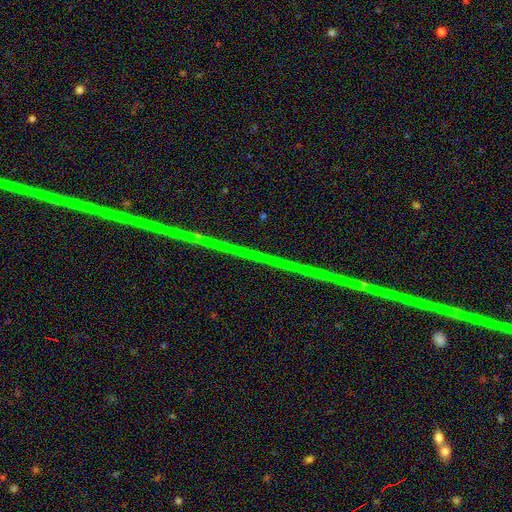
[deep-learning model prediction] Smooth or featured: star or artifact — 78% (featured or disk — 14%)